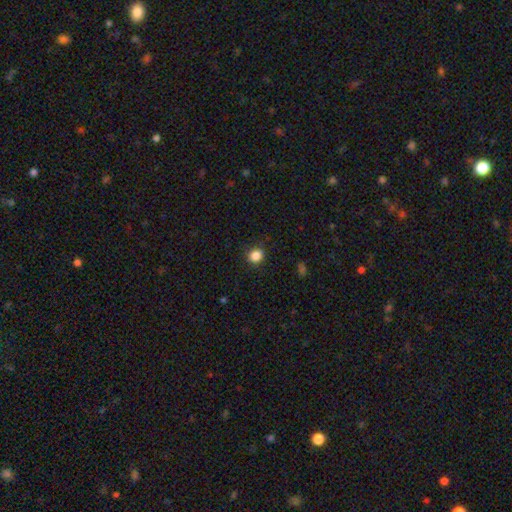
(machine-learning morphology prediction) Smooth or featured? smooth (86%)
How rounded? round (77%)
Merging? none (86%)